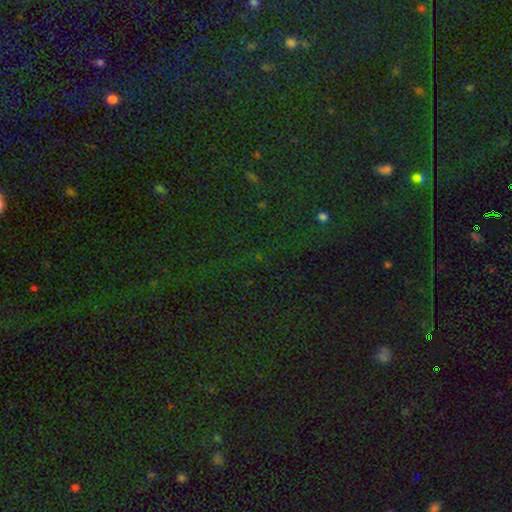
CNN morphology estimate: This appears to be a star or artifact, not a galaxy (81%).